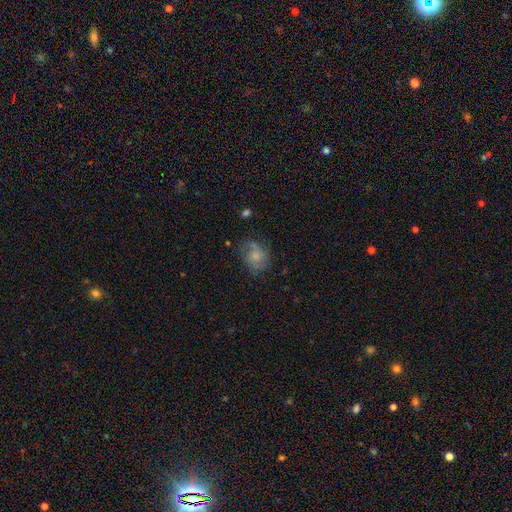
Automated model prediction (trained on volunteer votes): Smooth or featured? Predicted: smooth (p=0.54). How rounded? Predicted: round (p=0.54). Merging? Predicted: none (p=0.55).